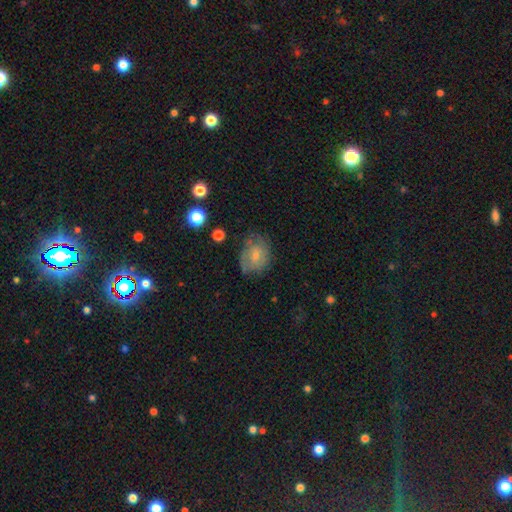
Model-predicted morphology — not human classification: Smooth or featured? Predicted: smooth (p=0.54). How rounded? Predicted: in between (p=0.52). Merging? Predicted: none (p=0.56).